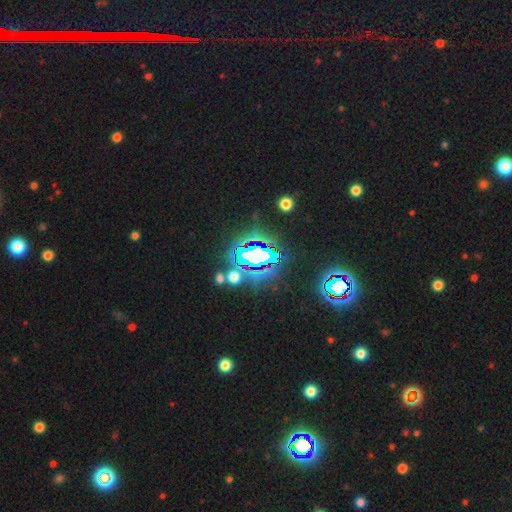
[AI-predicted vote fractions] Smooth or featured? Predicted: star or artifact (p=0.70).